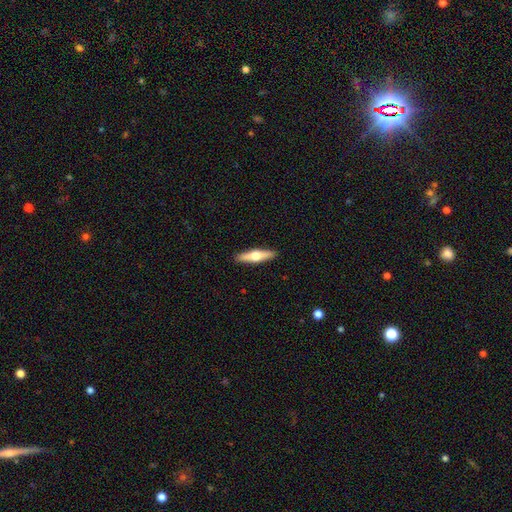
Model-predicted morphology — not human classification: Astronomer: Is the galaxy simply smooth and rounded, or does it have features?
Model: featured or disk — 54% (runner-up: smooth, 41%).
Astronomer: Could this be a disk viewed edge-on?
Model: yes — 95%.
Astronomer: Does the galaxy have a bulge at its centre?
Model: rounded — 95%.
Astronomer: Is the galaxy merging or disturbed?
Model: none — 92%.